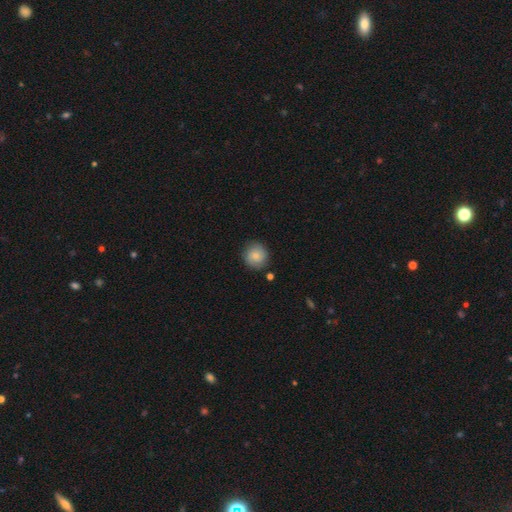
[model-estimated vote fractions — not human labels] Smooth or featured? smooth (78%)
How rounded? round (92%)
Merging? none (85%)